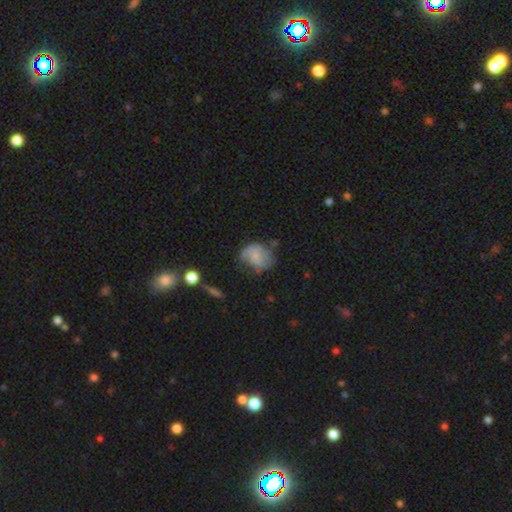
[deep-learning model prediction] Overall: featured or disk (53%; smooth 38%). Edge-on disk: no (98%). Bar: no (60%; weak 33%). Spiral arms: yes (79%). Bulge size: none (47%; small 33%). Merging: none (47%; minor disturbance 29%).